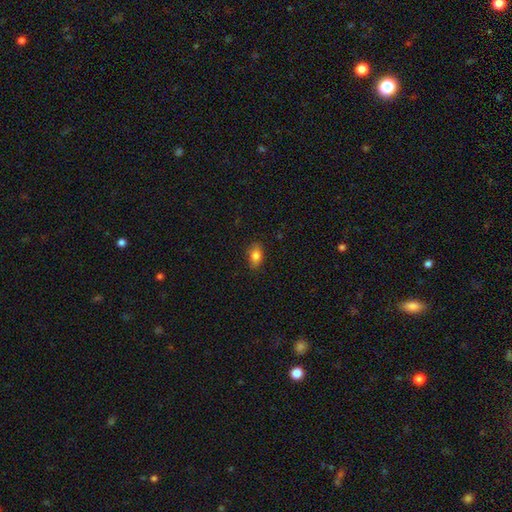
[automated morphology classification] Smooth or featured: smooth — 82% (featured or disk — 9%)
How rounded: in between — 84% (round — 11%)
Merging: none — 81% (minor disturbance — 15%)